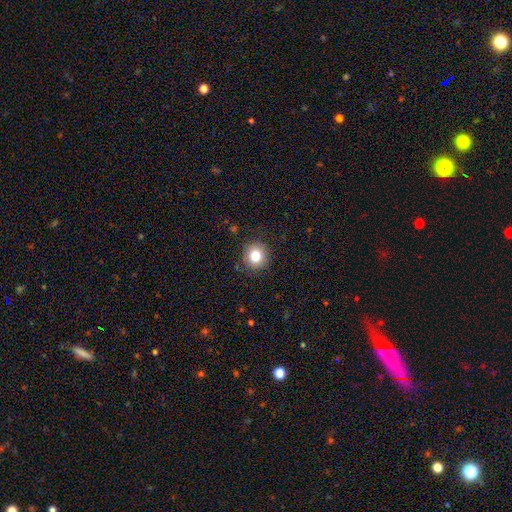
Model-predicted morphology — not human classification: Overall: smooth (81%). How rounded: round (89%). Merging: none (88%).